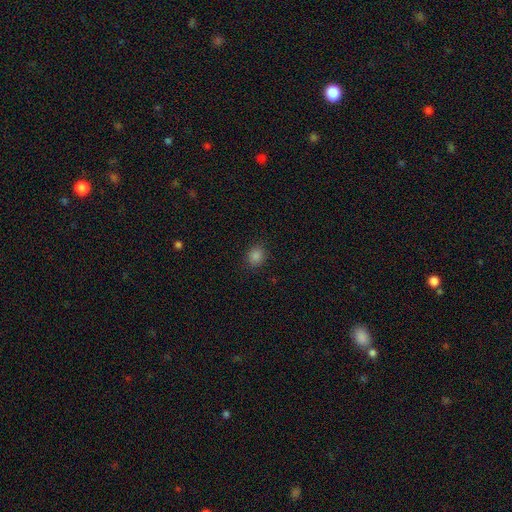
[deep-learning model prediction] smooth-or-featured: smooth: 83% | star or artifact: 13% | featured or disk: 4%
  how-rounded: round: 70% | in between: 29% | cigar-shaped: 1%
  merging: none: 89% | minor disturbance: 8% | major disturbance: 2% | merger: 1%